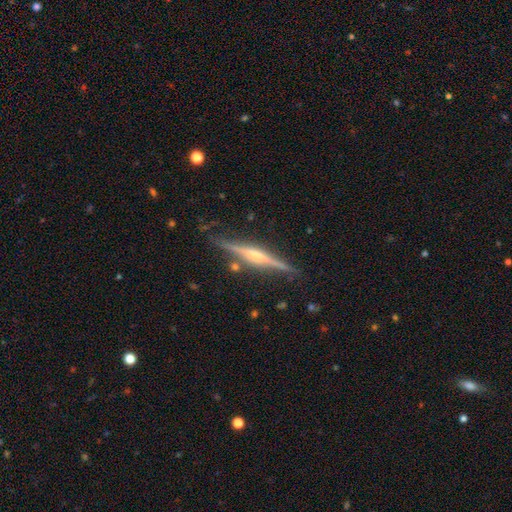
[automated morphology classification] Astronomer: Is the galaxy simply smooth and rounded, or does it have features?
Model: featured or disk — 79%.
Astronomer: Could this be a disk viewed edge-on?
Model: yes — 98%.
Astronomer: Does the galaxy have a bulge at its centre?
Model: rounded — 69%.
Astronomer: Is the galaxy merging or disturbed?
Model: none — 85%.